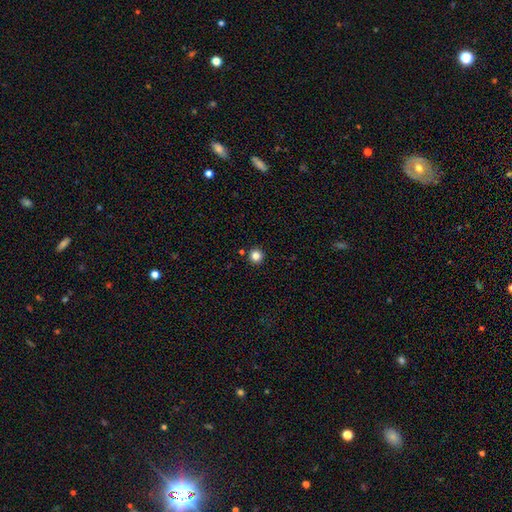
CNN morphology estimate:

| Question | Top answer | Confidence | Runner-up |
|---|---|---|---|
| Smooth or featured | smooth | 83% | star or artifact (13%) |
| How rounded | round | 96% | in between (3%) |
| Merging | none | 91% | minor disturbance (5%) |